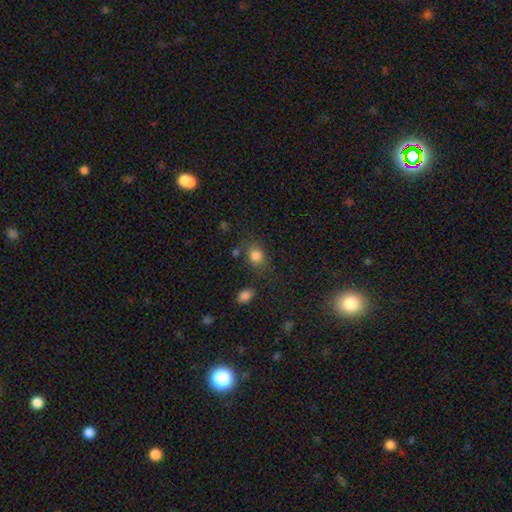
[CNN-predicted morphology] A smooth galaxy with no disk features (83%) that is round (59%).

Vote fractions:
- Smooth or featured? smooth: 83% / star or artifact: 12% / featured or disk: 6%
- How rounded? round: 59% / in between: 39% / cigar-shaped: 1%
- Merging? none: 71% / minor disturbance: 16% / major disturbance: 6% / merger: 6%